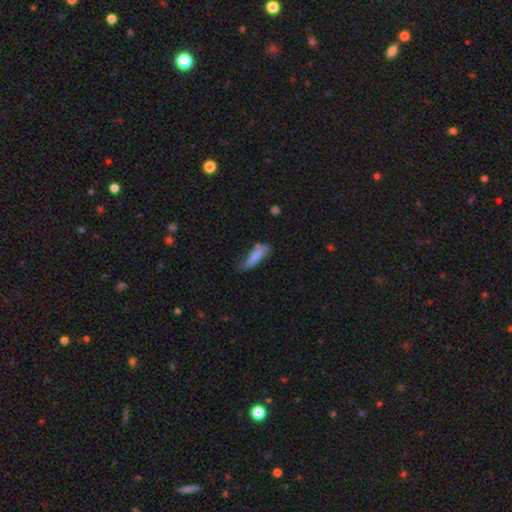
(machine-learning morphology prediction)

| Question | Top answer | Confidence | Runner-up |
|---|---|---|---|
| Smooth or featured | smooth | 78% | featured or disk (15%) |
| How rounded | cigar-shaped | 64% | in between (34%) |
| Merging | none | 51% | minor disturbance (33%) |